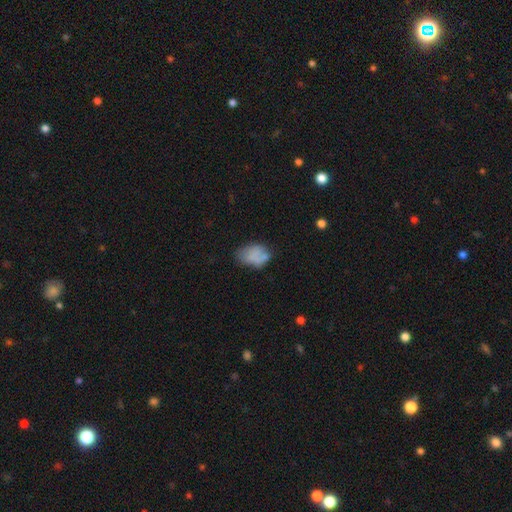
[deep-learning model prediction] A smooth galaxy with no disk features (70%) that is in between round and cigar-shaped (82%).

Vote fractions:
- Smooth or featured? smooth: 70% / featured or disk: 21% / star or artifact: 9%
- How rounded? in between: 82% / round: 16% / cigar-shaped: 1%
- Merging? none: 46% / minor disturbance: 30% / major disturbance: 14% / merger: 10%